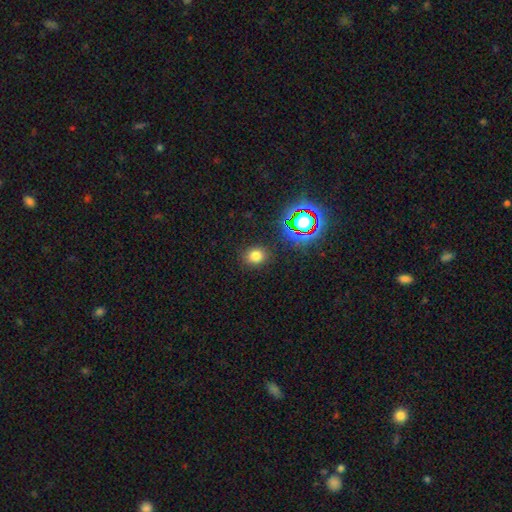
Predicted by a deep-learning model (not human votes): smooth-or-featured: smooth: 74% | star or artifact: 19% | featured or disk: 6%
  how-rounded: round: 64% | in between: 34% | cigar-shaped: 1%
  merging: none: 87% | minor disturbance: 9% | major disturbance: 3% | merger: 2%